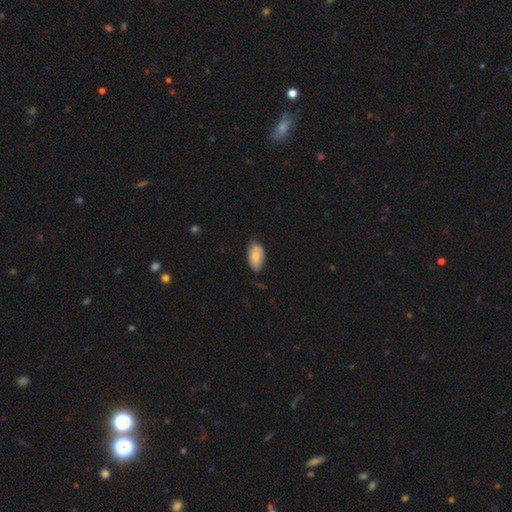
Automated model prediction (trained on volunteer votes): This appears to be a smooth galaxy with no disk features (69%) that is in between round and cigar-shaped (94%). Merging: none (70%).